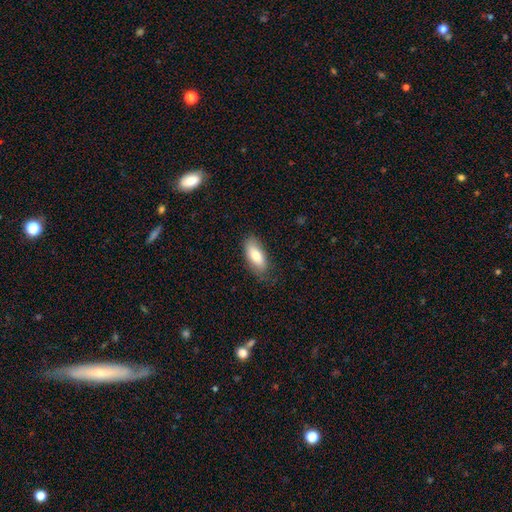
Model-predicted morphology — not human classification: A smooth galaxy with no disk features (74%) that is in between round and cigar-shaped (84%).

Vote fractions:
- Smooth or featured? smooth: 74% / featured or disk: 20% / star or artifact: 6%
- How rounded? in between: 84% / cigar-shaped: 13% / round: 3%
- Merging? none: 78% / minor disturbance: 17% / major disturbance: 4% / merger: 1%